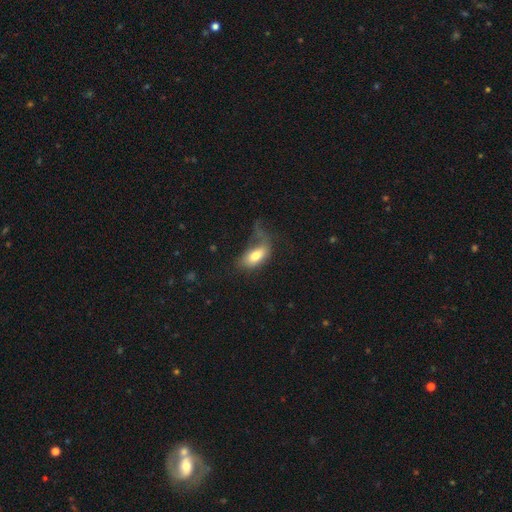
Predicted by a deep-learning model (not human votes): smooth_or_featured: smooth (p=0.74) [alt: featured or disk p=0.18]
how_rounded: in between (p=0.90) [alt: round p=0.05]
merging: major disturbance (p=0.39) [alt: none p=0.31]